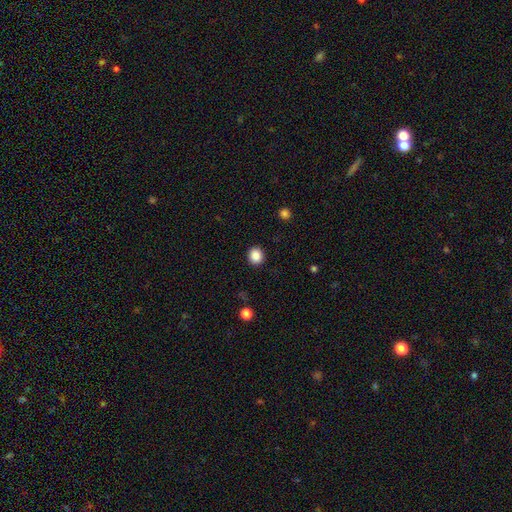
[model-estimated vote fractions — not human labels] smooth 87%, star or artifact 10%, featured or disk 3%. Down the decision tree: how rounded — round (85%); merging — none (91%).